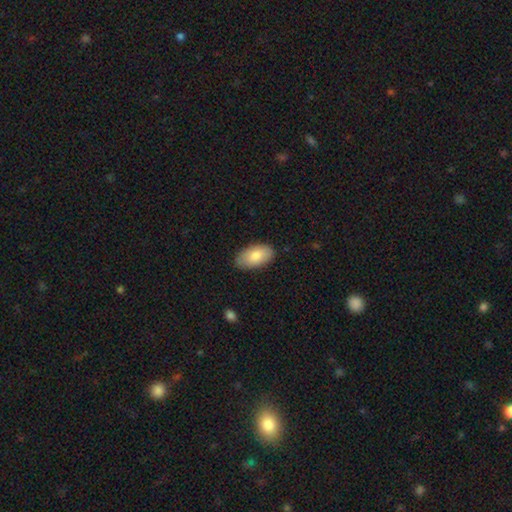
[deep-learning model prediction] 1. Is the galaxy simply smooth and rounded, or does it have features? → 83% smooth, 12% featured or disk, 6% star or artifact.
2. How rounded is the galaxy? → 95% in between, 3% round, 2% cigar-shaped.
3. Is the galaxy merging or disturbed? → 85% none, 12% minor disturbance, 2% major disturbance, 1% merger.